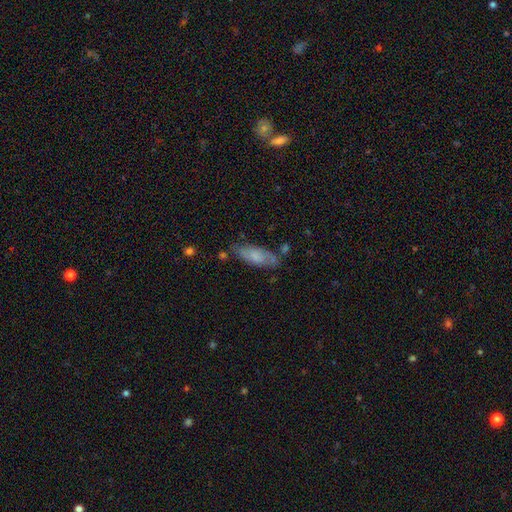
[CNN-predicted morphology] smooth-or-featured: smooth: 62% | featured or disk: 31% | star or artifact: 7%
  how-rounded: in between: 64% | cigar-shaped: 34% | round: 2%
  merging: none: 63% | minor disturbance: 24% | major disturbance: 7% | merger: 7%